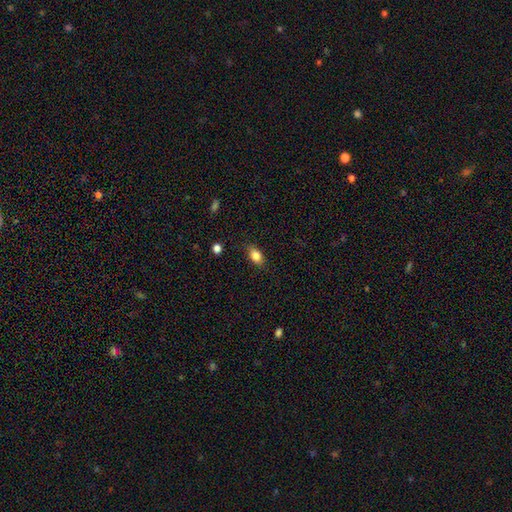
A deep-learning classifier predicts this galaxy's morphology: A smooth galaxy with no disk features (84%) that is in between round and cigar-shaped (85%). Merging: none (83%).